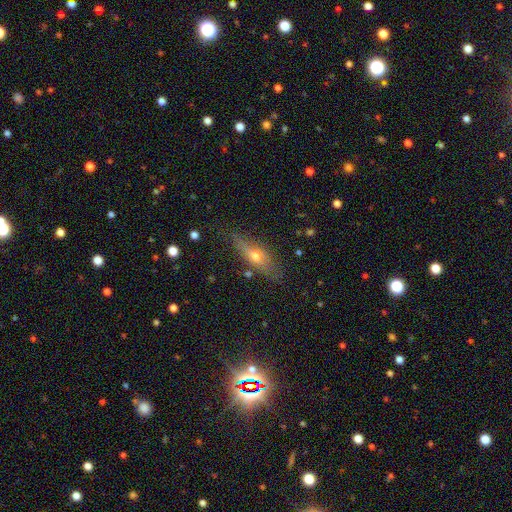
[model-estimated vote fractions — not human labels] Overall: smooth (48%; featured or disk 43%). Merging: none (73%).